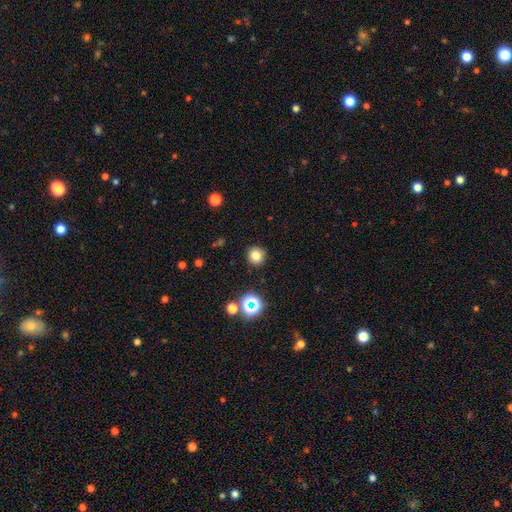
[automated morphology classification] smooth-or-featured: smooth: 78% | star or artifact: 16% | featured or disk: 6%
  how-rounded: round: 93% | in between: 6% | cigar-shaped: 1%
  merging: none: 90% | minor disturbance: 6% | major disturbance: 2% | merger: 2%